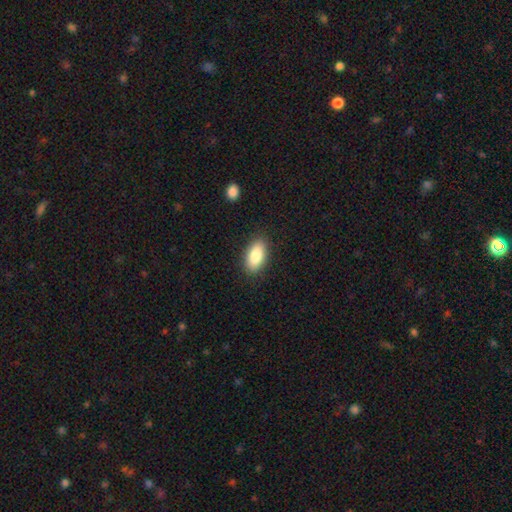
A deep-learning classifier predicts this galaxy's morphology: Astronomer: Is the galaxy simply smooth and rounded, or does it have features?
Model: smooth — 86%.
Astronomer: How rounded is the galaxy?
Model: in between — 90%.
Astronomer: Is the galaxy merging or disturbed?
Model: none — 88%.